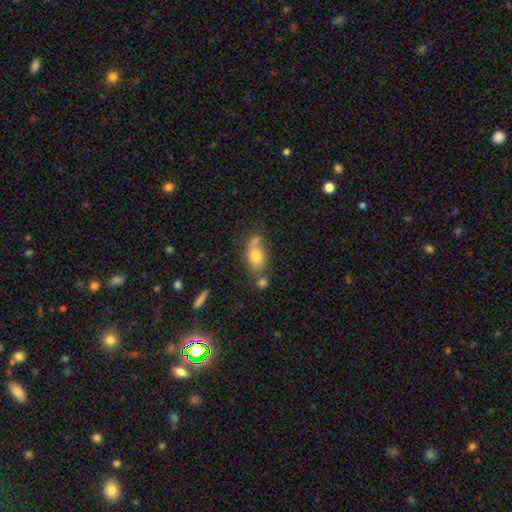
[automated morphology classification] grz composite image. It shows a smooth galaxy with no disk features (73%) that is in between round and cigar-shaped (74%). Merging: none (43%).